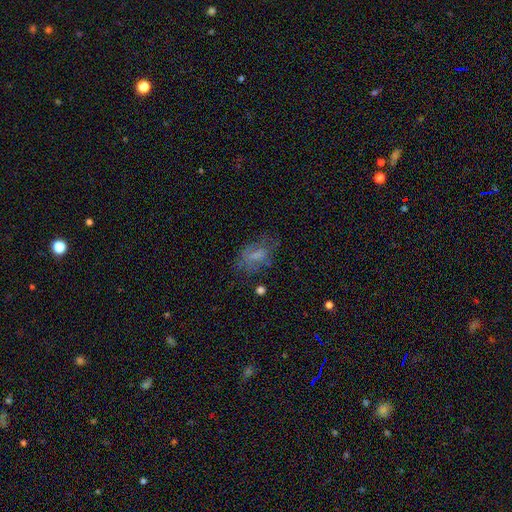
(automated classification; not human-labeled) This is possibly a smooth galaxy (54%). How rounded: clearly in between (84%). Merging: possibly none (52%).